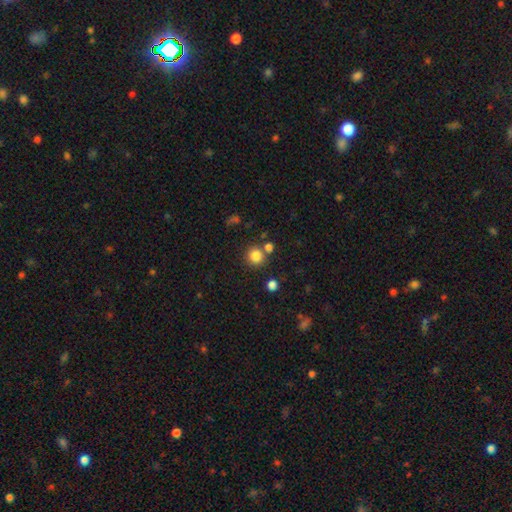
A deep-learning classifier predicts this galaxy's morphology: Smooth or featured: smooth — 83% (star or artifact — 12%)
How rounded: round — 91% (in between — 8%)
Merging: none — 75% (merger — 14%)